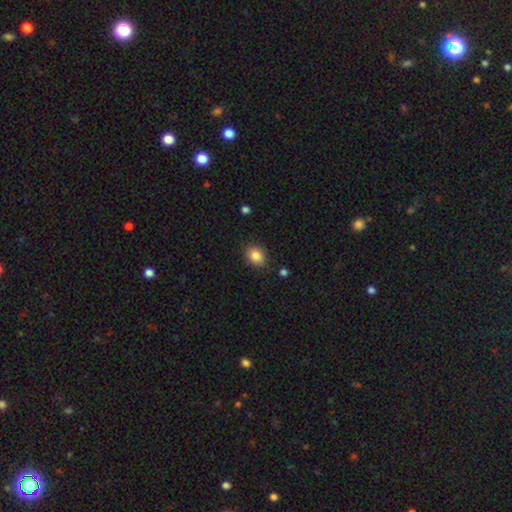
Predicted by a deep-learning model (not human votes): A smooth galaxy with no disk features (86%) that is in between round and cigar-shaped (58%). Merging: none (86%).